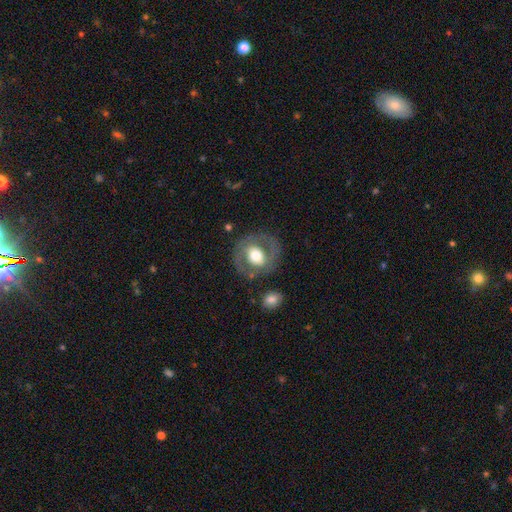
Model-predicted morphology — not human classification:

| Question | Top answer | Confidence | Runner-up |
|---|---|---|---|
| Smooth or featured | featured or disk | 55% | smooth (39%) |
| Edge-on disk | no | 95% | yes (5%) |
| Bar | no | 58% | weak (28%) |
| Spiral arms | no | 57% | yes (43%) |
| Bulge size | moderate | 55% | large (36%) |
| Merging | none | 76% | minor disturbance (13%) |